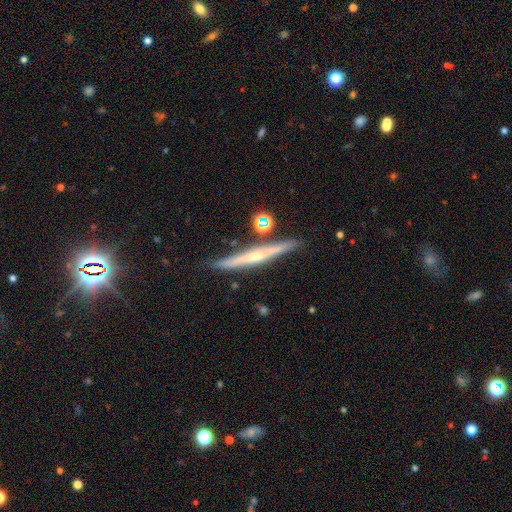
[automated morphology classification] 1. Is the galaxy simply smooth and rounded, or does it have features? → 68% featured or disk, 24% smooth, 7% star or artifact.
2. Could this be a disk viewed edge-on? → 97% yes, 3% no.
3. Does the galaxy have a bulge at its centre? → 62% rounded, 31% none, 6% boxy.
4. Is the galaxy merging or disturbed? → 80% none, 12% minor disturbance, 6% merger, 2% major disturbance.